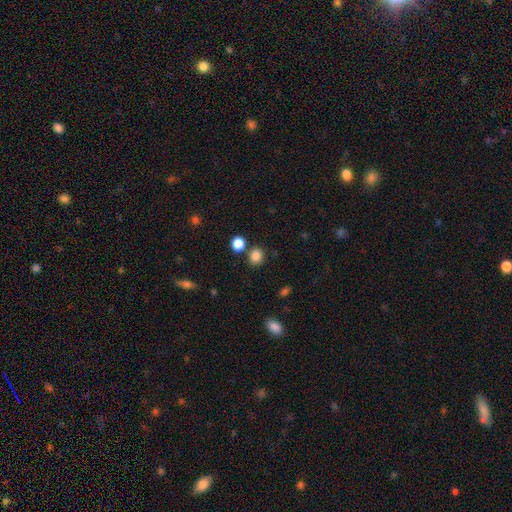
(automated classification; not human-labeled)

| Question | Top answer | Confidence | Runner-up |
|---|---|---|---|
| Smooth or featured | smooth | 84% | star or artifact (12%) |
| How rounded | round | 75% | in between (24%) |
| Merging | none | 79% | merger (10%) |